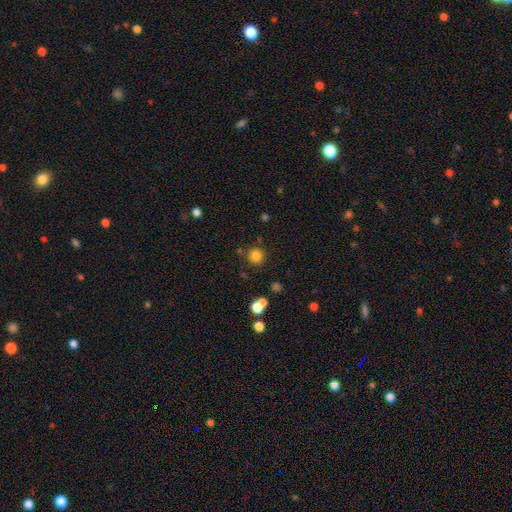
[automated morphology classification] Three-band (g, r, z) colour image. It shows a smooth galaxy with no disk features (81%) that is round (94%). Merging: none (83%).